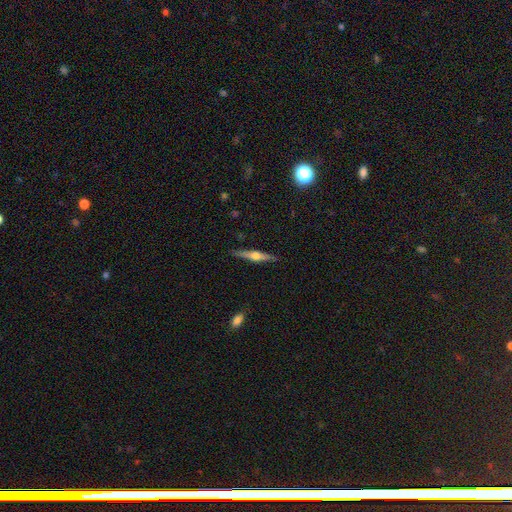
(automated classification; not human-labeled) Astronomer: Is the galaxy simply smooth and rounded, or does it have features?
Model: featured or disk — 69%.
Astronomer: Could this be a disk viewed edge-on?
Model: yes — 97%.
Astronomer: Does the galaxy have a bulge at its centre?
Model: rounded — 92%.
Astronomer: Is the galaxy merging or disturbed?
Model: none — 89%.